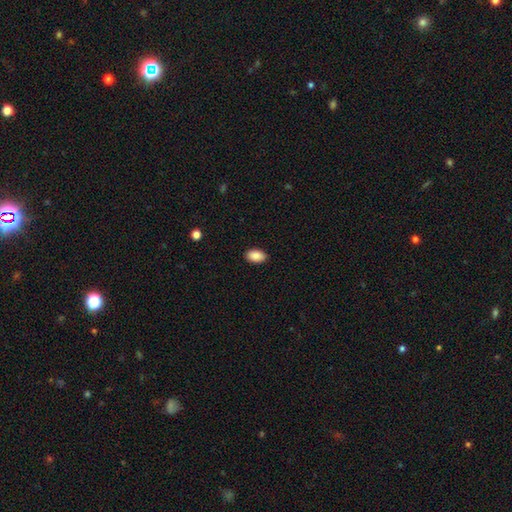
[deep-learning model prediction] A smooth galaxy with no disk features (89%) that is in between round and cigar-shaped (92%).

Vote fractions:
- Smooth or featured? smooth: 89% / star or artifact: 7% / featured or disk: 3%
- How rounded? in between: 92% / round: 6% / cigar-shaped: 1%
- Merging? none: 89% / minor disturbance: 8% / major disturbance: 2% / merger: 1%